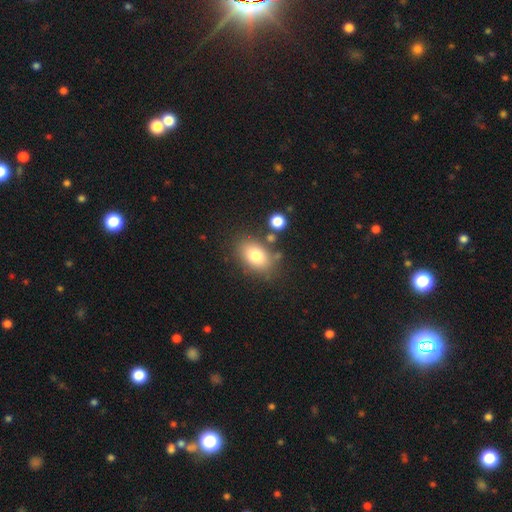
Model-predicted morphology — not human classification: A smooth galaxy with no disk features (78%) that is in between round and cigar-shaped (83%). Merging: none (75%).